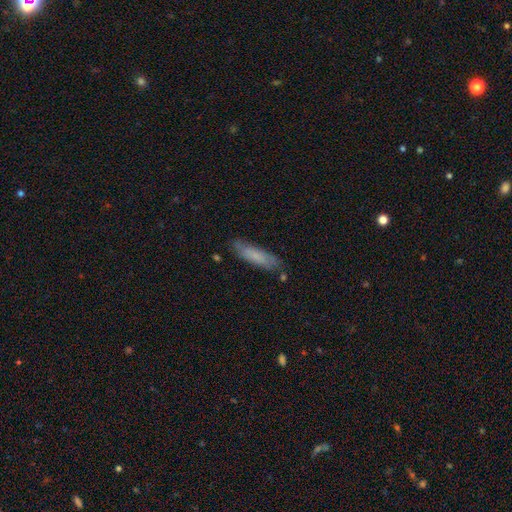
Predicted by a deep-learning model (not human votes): The model was most divided on "how rounded": cigar-shaped: 70%, in between: 29%, round: 1%. More confident: merging — none (78%); smooth or featured — smooth (71%).